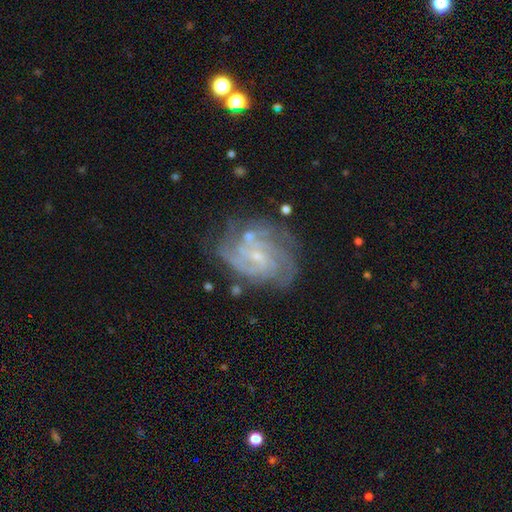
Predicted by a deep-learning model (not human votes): This appears to be a featured or disk galaxy (85%) with no bar (51%), tight (59%) spiral arms (95%) and a small central bulge (75%). Merging: none (65%).